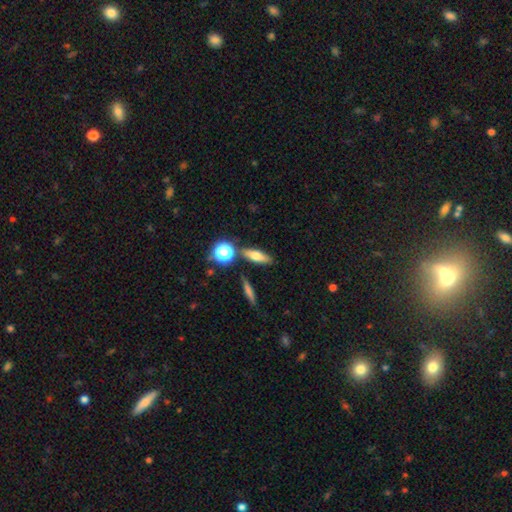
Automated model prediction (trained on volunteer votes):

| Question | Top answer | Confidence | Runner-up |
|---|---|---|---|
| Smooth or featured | smooth | 66% | featured or disk (23%) |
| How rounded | in between | 45% | cigar-shaped (43%) |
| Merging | none | 78% | minor disturbance (10%) |